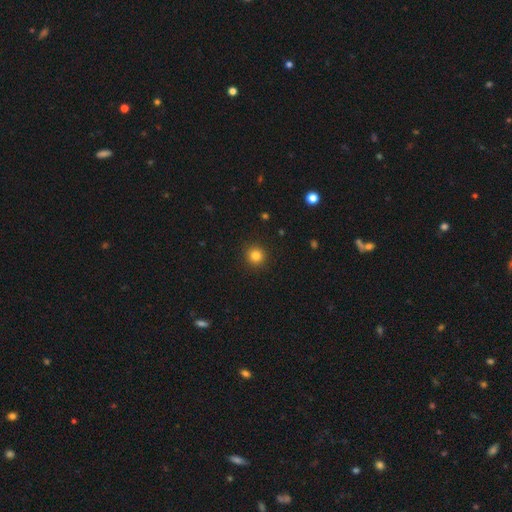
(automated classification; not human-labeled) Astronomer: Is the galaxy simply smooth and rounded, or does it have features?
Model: smooth — 82%.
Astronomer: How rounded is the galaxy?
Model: round — 94%.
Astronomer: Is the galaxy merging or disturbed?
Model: none — 92%.